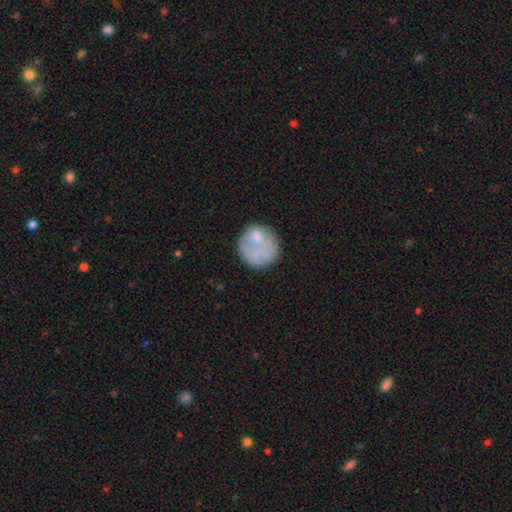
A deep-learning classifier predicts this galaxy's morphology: Overall: smooth (63%; featured or disk 29%). How rounded: round (83%). Merging: none (50%; minor disturbance 21%).